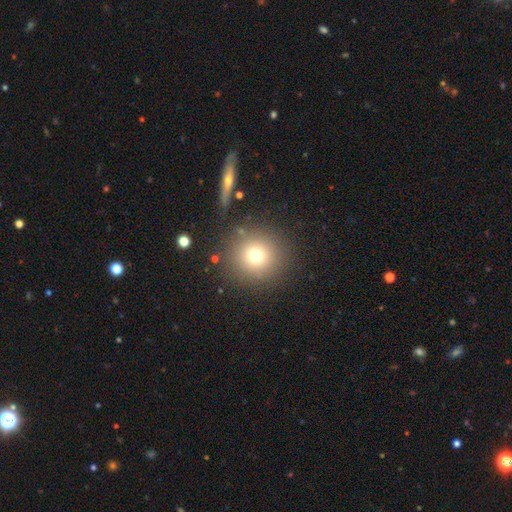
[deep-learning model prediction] Overall: smooth (74%). How rounded: round (95%). Merging: none (86%).